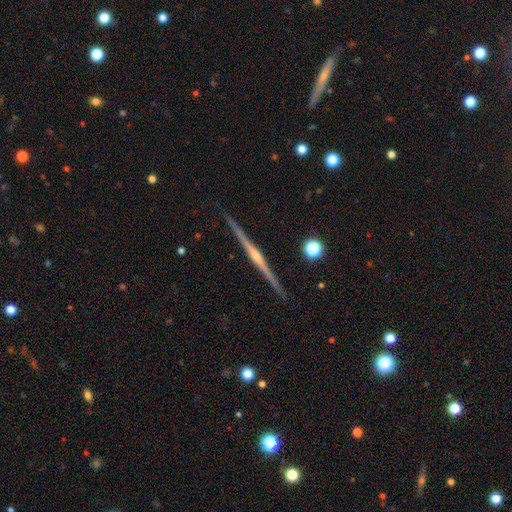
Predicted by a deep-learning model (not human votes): Q: Smooth or featured?
A: featured or disk (87%); runner-up: smooth (8%)
Q: Edge-on disk?
A: yes (99%); runner-up: no (1%)
Q: Edge-on bulge?
A: rounded (80%); runner-up: none (13%)
Q: Merging?
A: none (92%); runner-up: minor disturbance (5%)